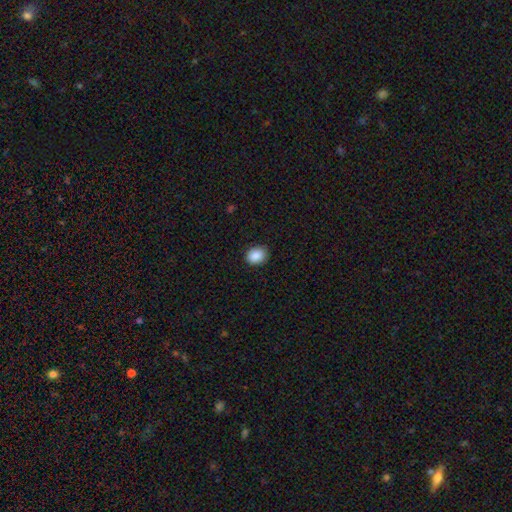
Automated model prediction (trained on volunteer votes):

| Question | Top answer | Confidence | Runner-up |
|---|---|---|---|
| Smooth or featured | smooth | 89% | star or artifact (8%) |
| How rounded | round | 51% | in between (48%) |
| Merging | none | 86% | minor disturbance (11%) |